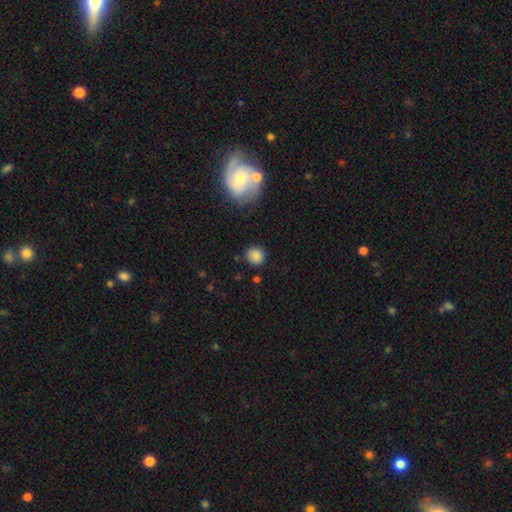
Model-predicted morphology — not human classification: Q: Smooth or featured?
A: smooth (85%); runner-up: star or artifact (11%)
Q: How rounded?
A: round (90%); runner-up: in between (9%)
Q: Merging?
A: none (86%); runner-up: minor disturbance (9%)